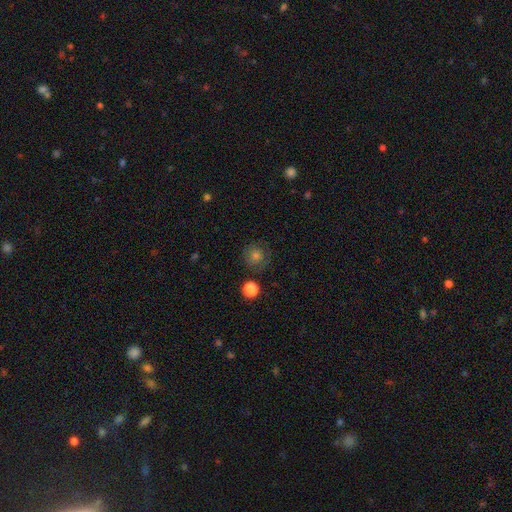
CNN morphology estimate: smooth-or-featured: smooth: 66% | star or artifact: 18% | featured or disk: 17%
  how-rounded: round: 92% | in between: 7% | cigar-shaped: 1%
  merging: none: 83% | minor disturbance: 11% | major disturbance: 4% | merger: 2%